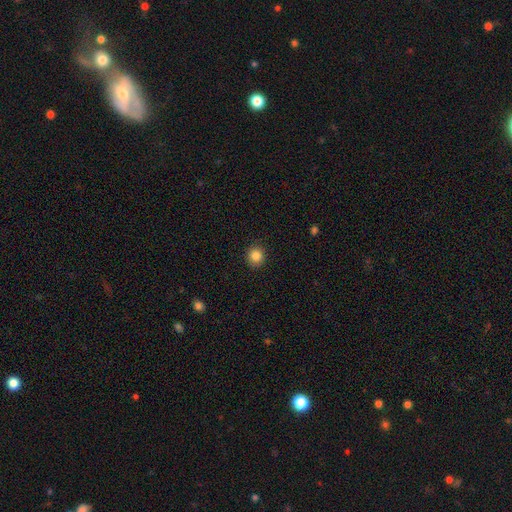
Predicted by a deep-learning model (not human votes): smooth_or_featured: smooth (p=0.85) [alt: star or artifact p=0.10]
how_rounded: round (p=0.88) [alt: in between p=0.11]
merging: none (p=0.91) [alt: minor disturbance p=0.06]